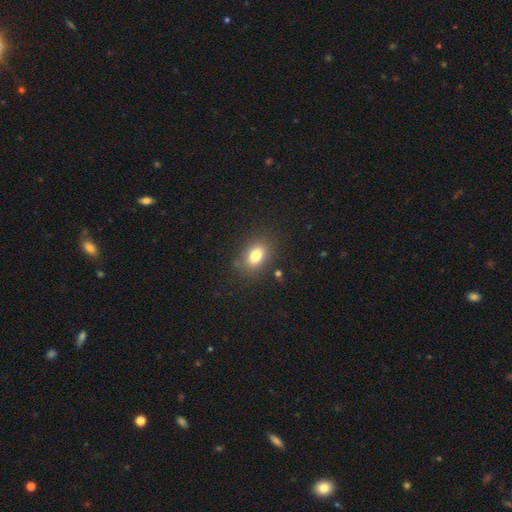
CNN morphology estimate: This is likely a smooth galaxy (78%). How rounded: likely in between (76%). Merging: clearly none (83%).